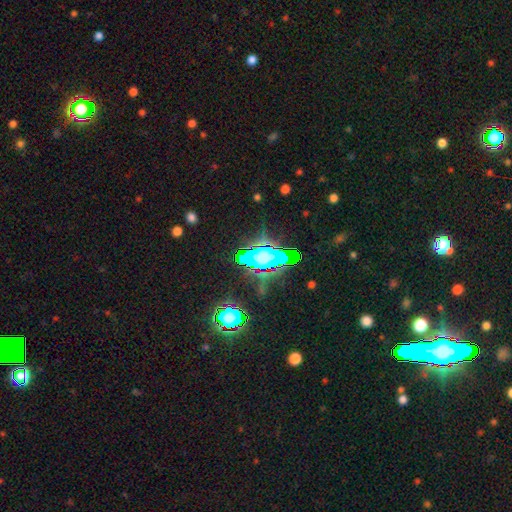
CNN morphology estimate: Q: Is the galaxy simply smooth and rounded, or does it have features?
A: star or artifact — 49%.